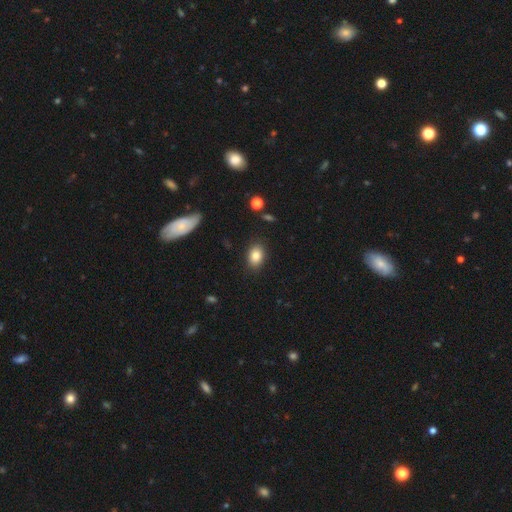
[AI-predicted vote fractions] Overall: smooth (84%). How rounded: in between (78%). Merging: none (86%).